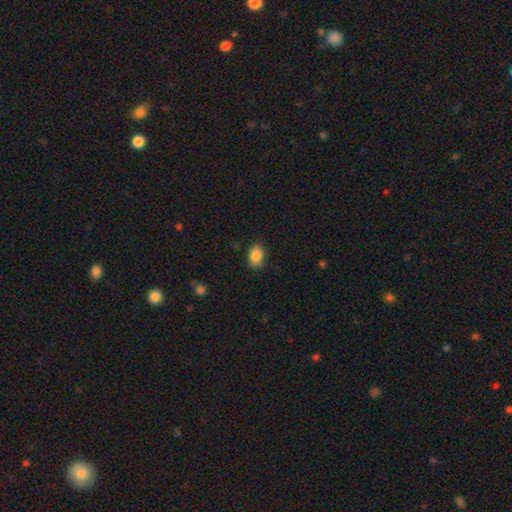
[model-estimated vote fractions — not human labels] Q: Smooth or featured?
A: smooth (88%); runner-up: star or artifact (8%)
Q: How rounded?
A: in between (85%); runner-up: round (13%)
Q: Merging?
A: none (82%); runner-up: minor disturbance (13%)